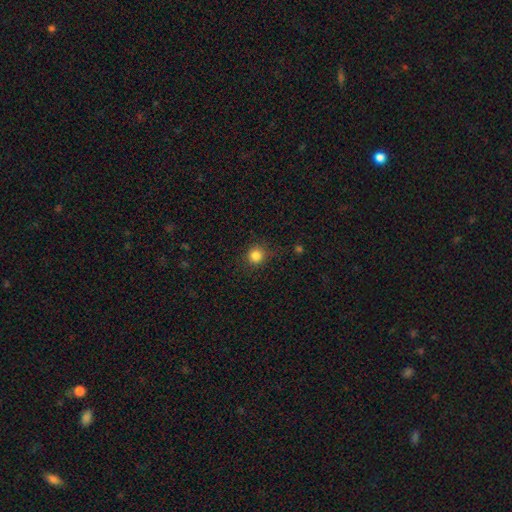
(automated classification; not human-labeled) smooth_or_featured: smooth (p=0.84) [alt: star or artifact p=0.12]
how_rounded: round (p=0.92) [alt: in between p=0.07]
merging: none (p=0.85) [alt: minor disturbance p=0.10]